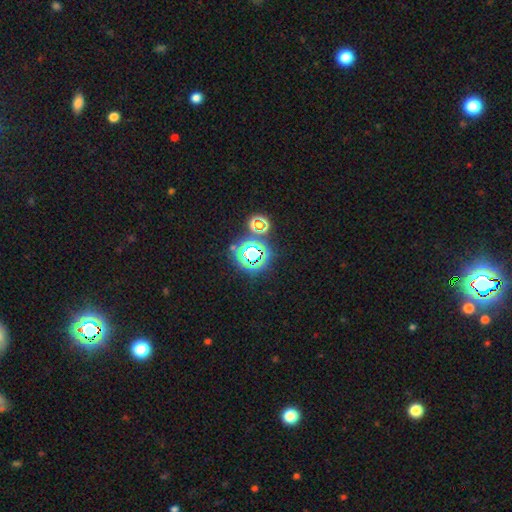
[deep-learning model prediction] Smooth or featured: star or artifact — 72% (smooth — 19%)